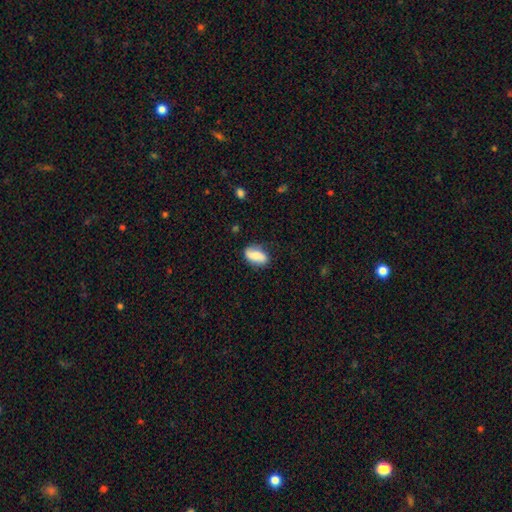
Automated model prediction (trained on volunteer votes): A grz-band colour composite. It shows a smooth galaxy with no disk features (68%) that is in between round and cigar-shaped (89%). Merging: none (73%).